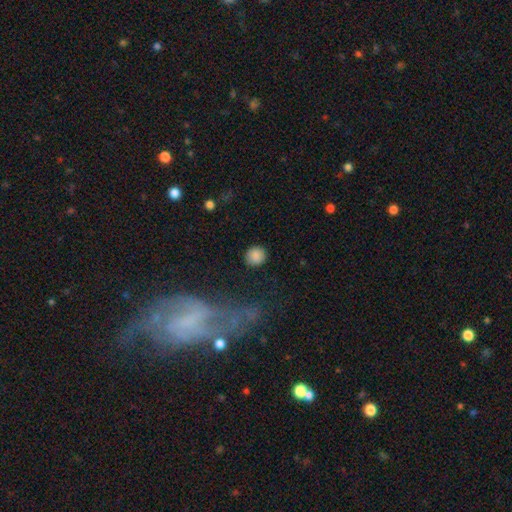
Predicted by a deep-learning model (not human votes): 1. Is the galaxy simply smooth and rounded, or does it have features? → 86% smooth, 9% star or artifact, 5% featured or disk.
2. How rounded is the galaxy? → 91% round, 8% in between, 1% cigar-shaped.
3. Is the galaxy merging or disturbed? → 88% none, 8% minor disturbance, 3% major disturbance, 2% merger.